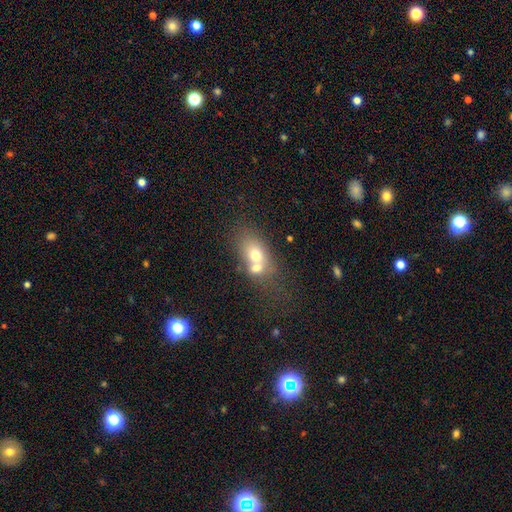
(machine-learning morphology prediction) This appears to be a smooth galaxy with no disk features (64%) that is in between round and cigar-shaped (71%). Merging: merger (64%).